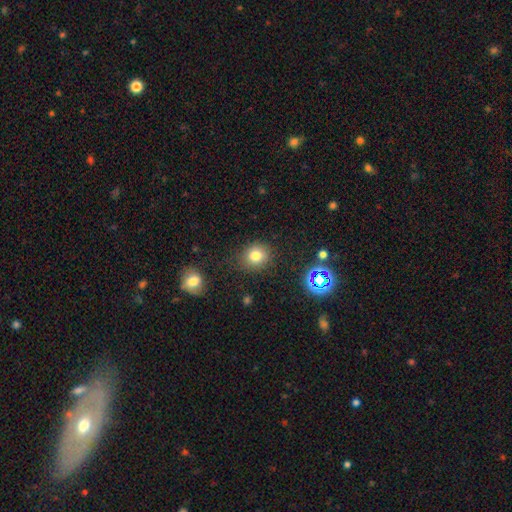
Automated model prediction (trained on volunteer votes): smooth-or-featured: smooth: 79% | star or artifact: 14% | featured or disk: 7%
  how-rounded: round: 79% | in between: 20% | cigar-shaped: 1%
  merging: none: 83% | minor disturbance: 11% | major disturbance: 4% | merger: 2%